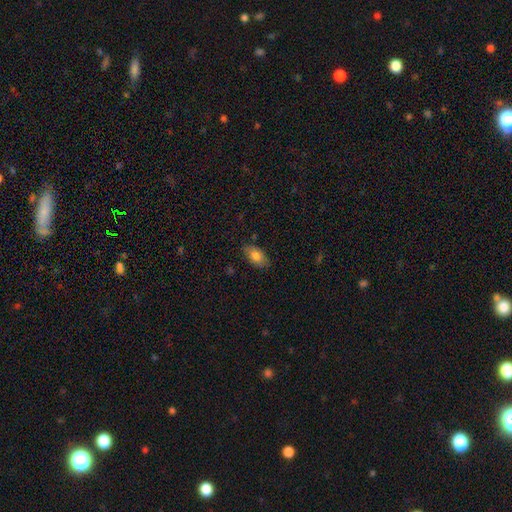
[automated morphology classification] Smooth or featured? Predicted: smooth (p=0.79). How rounded? Predicted: in between (p=0.91). Merging? Predicted: none (p=0.79).